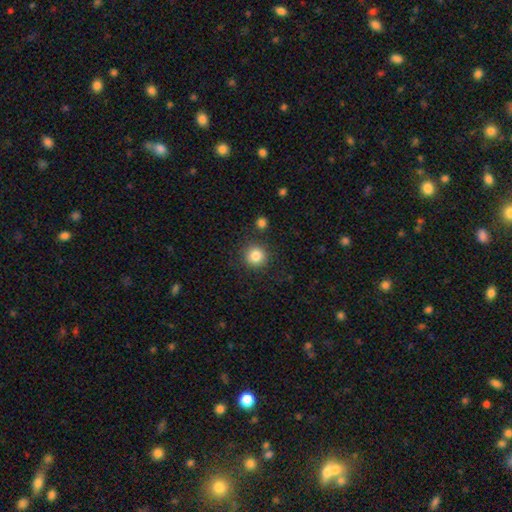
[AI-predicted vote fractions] Overall: smooth (84%). How rounded: round (94%). Merging: none (87%).